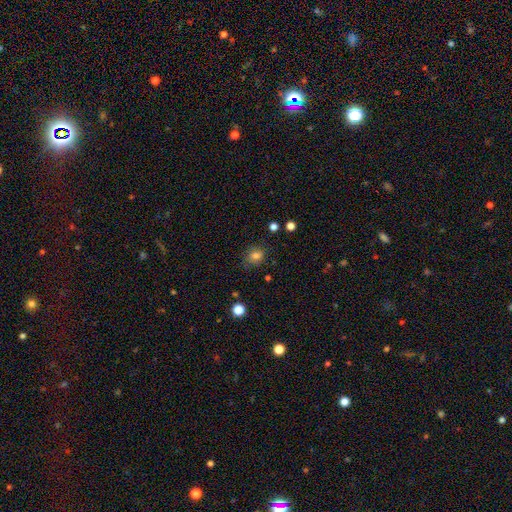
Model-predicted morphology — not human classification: Smooth or featured?
  - smooth: 78% *
  - star or artifact: 14%
  - featured or disk: 8%
How rounded?
  - in between: 51% *
  - round: 48%
  - cigar-shaped: 1%
Merging?
  - none: 75% *
  - minor disturbance: 17%
  - major disturbance: 5%
  - merger: 2%